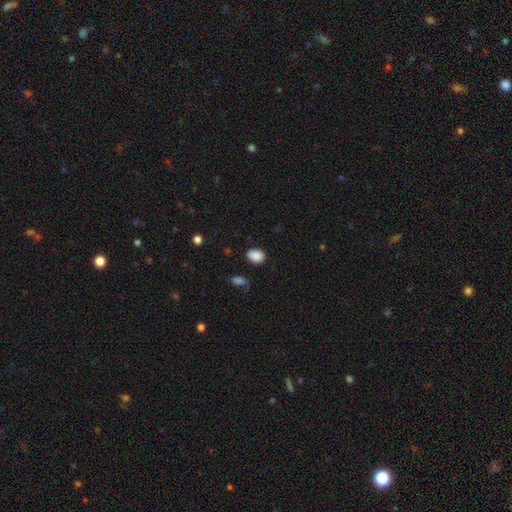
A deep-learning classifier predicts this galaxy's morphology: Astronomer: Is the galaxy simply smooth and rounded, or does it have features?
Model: smooth — 88%.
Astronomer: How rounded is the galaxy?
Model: in between — 70%.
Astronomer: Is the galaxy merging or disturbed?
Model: none — 81%.